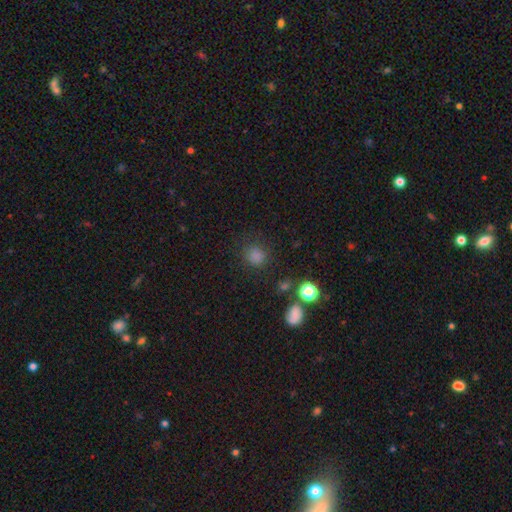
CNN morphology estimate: Smooth or featured? smooth (76%)
How rounded? round (89%)
Merging? none (82%)